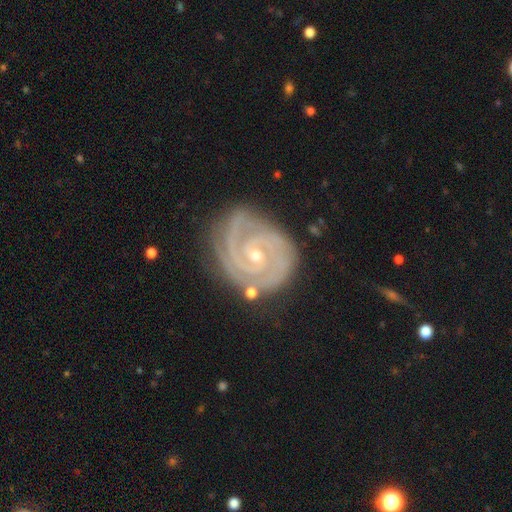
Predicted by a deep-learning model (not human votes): Smooth or featured? featured or disk (91%)
Edge-on disk? no (98%)
Bar? no (63%)
Spiral arms? yes (98%)
Spiral winding? tight (79%)
Spiral arm count? 2 (49%)
Bulge size? small (64%)
Merging? none (72%)